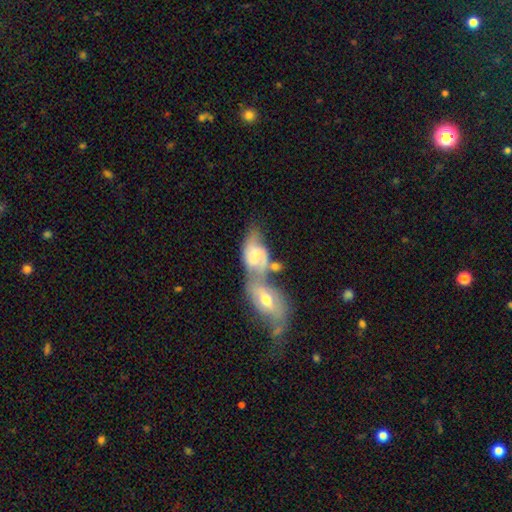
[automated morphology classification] Smooth or featured: featured or disk — 58% (smooth — 36%)
Edge-on disk: no — 92% (yes — 8%)
Bar: no — 48% (weak — 40%)
Spiral arms: yes — 76% (no — 24%)
Bulge size: moderate — 45% (small — 38%)
Merging: merger — 69% (none — 14%)